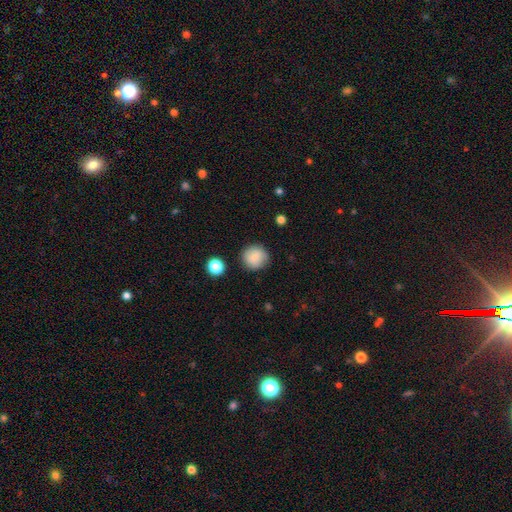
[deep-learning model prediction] Overall: smooth (86%). How rounded: round (93%). Merging: none (86%).